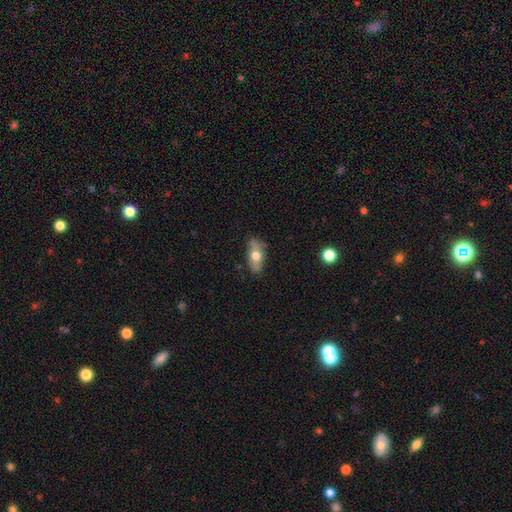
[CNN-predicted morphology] type=smooth (60%); roundness=in between (84%); merging=none (75%).